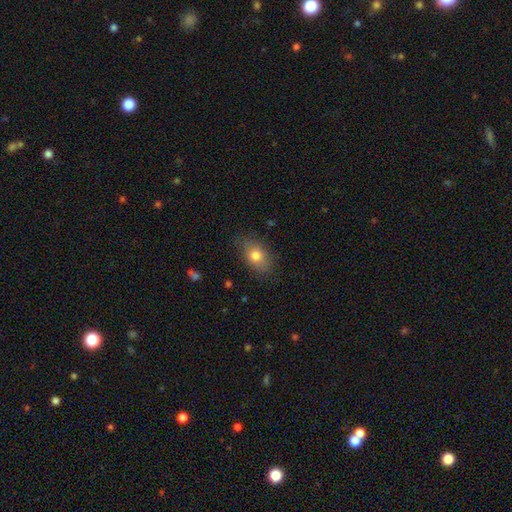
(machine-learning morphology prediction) smooth_or_featured: smooth (p=0.79) [alt: featured or disk p=0.13]
how_rounded: in between (p=0.81) [alt: round p=0.17]
merging: none (p=0.77) [alt: minor disturbance p=0.17]